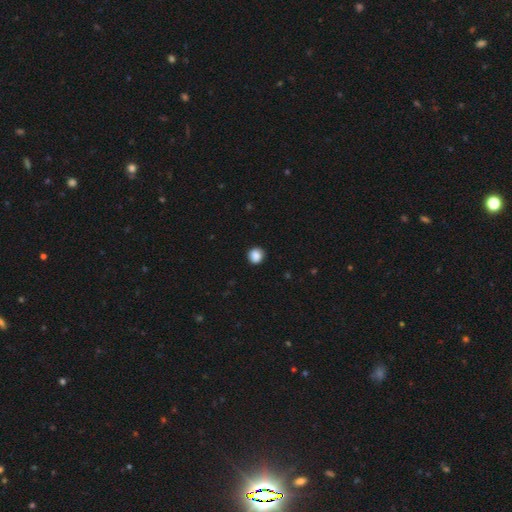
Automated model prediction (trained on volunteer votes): Smooth or featured? Predicted: smooth (p=0.88). How rounded? Predicted: round (p=0.85). Merging? Predicted: none (p=0.89).